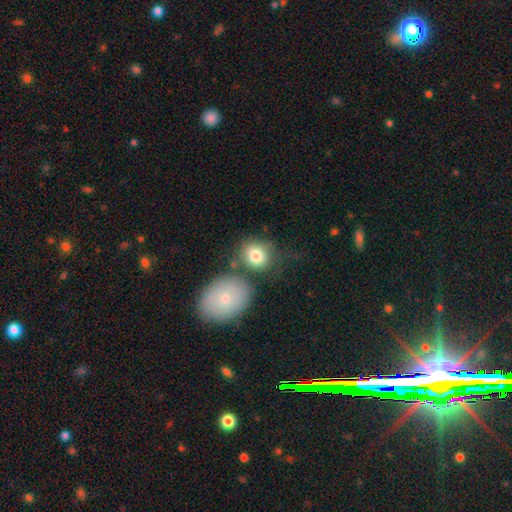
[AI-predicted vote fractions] Q: Smooth or featured?
A: smooth (80%); runner-up: featured or disk (13%)
Q: How rounded?
A: round (68%); runner-up: in between (31%)
Q: Merging?
A: none (58%); runner-up: merger (19%)